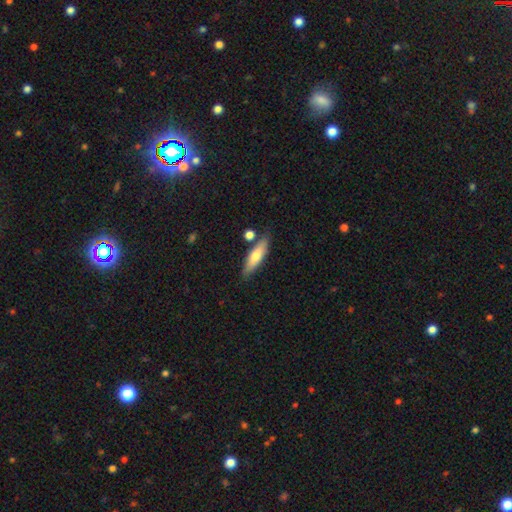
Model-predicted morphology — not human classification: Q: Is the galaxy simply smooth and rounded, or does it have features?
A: smooth — 64%.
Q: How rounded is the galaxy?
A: cigar-shaped — 63%.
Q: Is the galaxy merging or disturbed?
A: none — 75%.